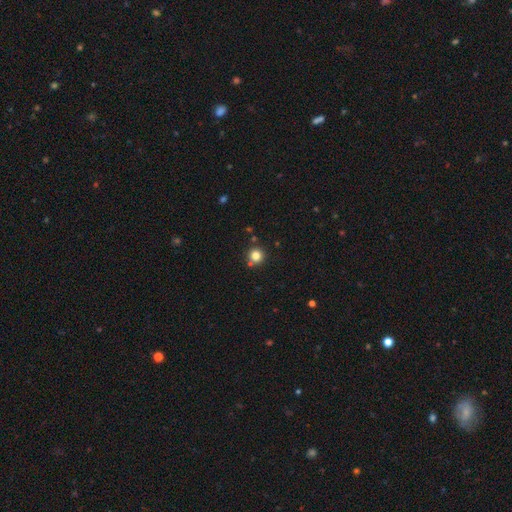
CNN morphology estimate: smooth_or_featured: smooth (p=0.81) [alt: star or artifact p=0.13]
how_rounded: round (p=0.95) [alt: in between p=0.05]
merging: none (p=0.81) [alt: merger p=0.09]